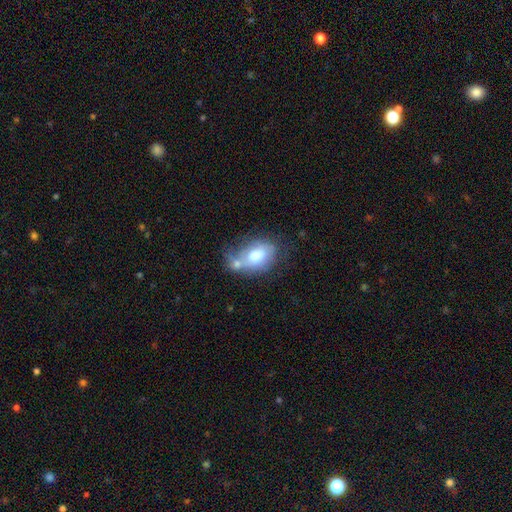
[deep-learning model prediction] Smooth or featured? smooth (66%)
How rounded? in between (80%)
Merging? merger (36%)